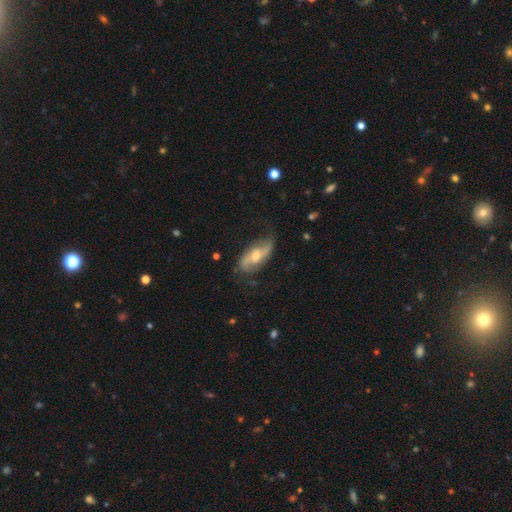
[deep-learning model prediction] Smooth or featured? Predicted: featured or disk (p=0.67). Edge-on disk? Predicted: no (p=0.85). Bar? Predicted: no (p=0.41). Spiral arms? Predicted: yes (p=0.83). Bulge size? Predicted: moderate (p=0.67). Merging? Predicted: none (p=0.65).